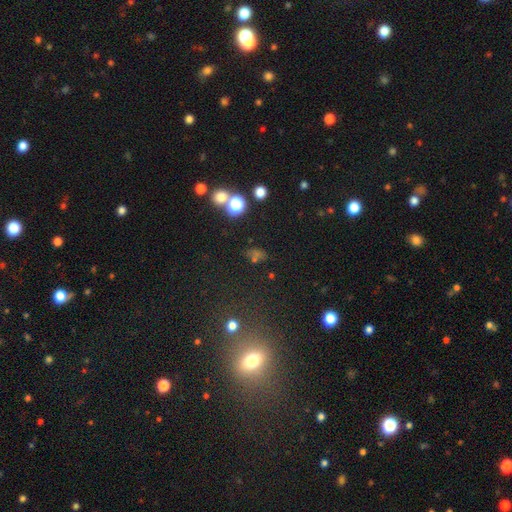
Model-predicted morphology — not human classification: A smooth galaxy with no disk features (45%). Merging: none (65%).